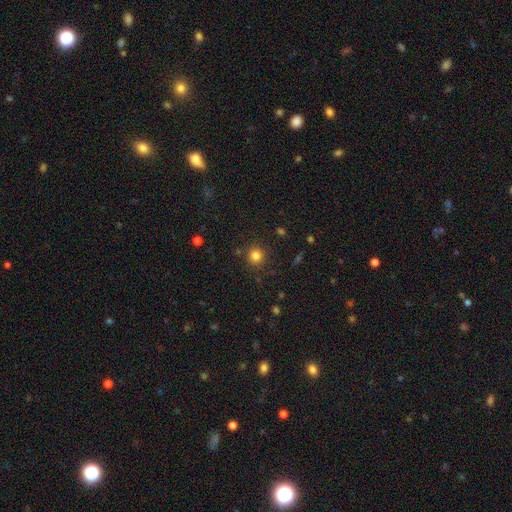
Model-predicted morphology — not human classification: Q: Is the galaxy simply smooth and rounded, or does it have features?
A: smooth — 81%.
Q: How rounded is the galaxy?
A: round — 94%.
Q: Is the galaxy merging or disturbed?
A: none — 88%.